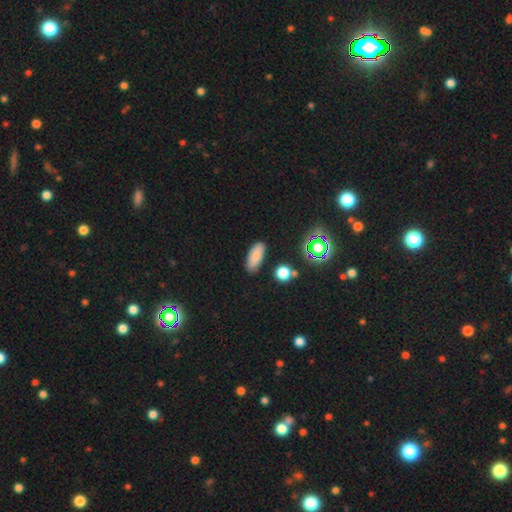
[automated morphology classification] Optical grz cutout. It shows a smooth galaxy with no disk features (79%) that is in between round and cigar-shaped (80%). Merging: none (85%).